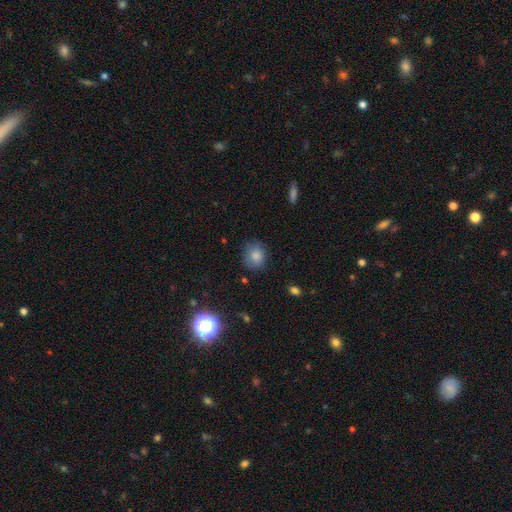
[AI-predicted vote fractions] This appears to be a smooth galaxy with no disk features (82%) that is round (74%). Merging: none (77%).